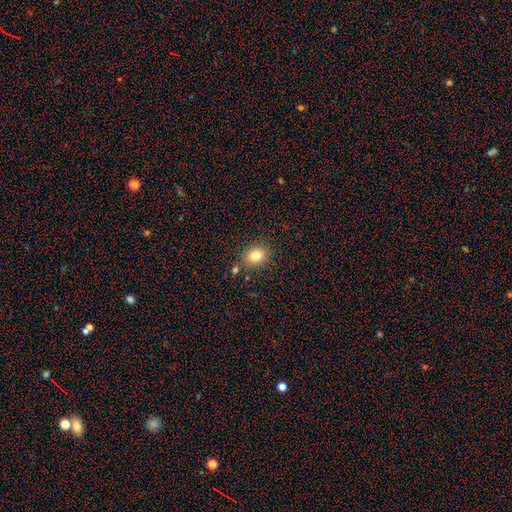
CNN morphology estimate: This appears to be a smooth galaxy with no disk features (80%) that is round (58%). Merging: none (81%).